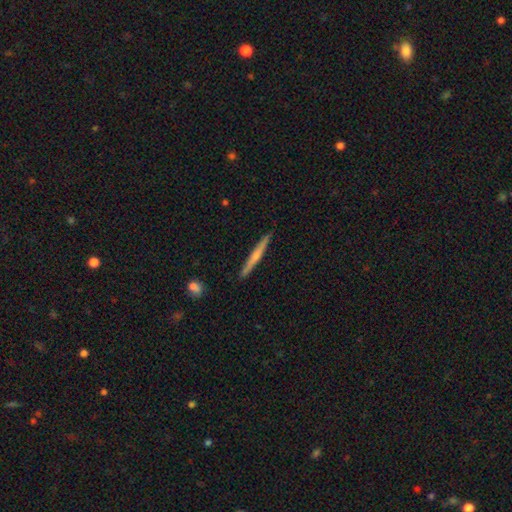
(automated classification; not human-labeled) Smooth or featured? featured or disk (52%)
Edge-on disk? yes (97%)
Edge-on bulge? rounded (53%)
Merging? none (91%)